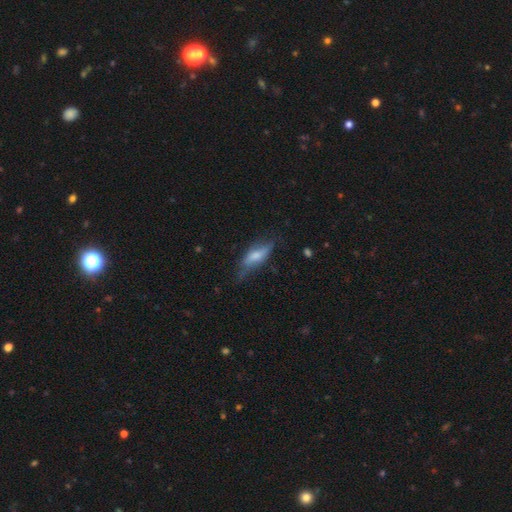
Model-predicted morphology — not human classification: smooth 54%, featured or disk 39%, star or artifact 7%. Down the decision tree: how rounded — in between (53%); merging — none (57%).